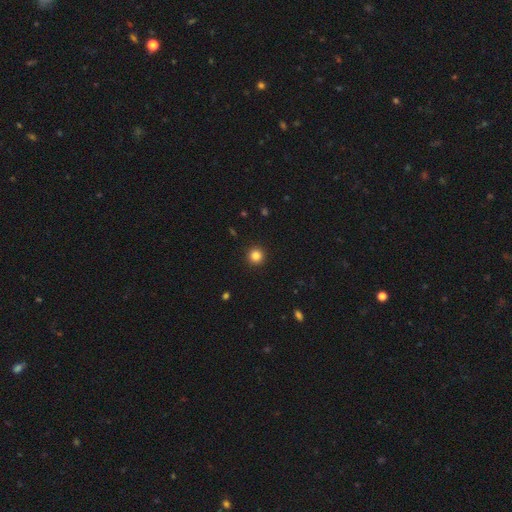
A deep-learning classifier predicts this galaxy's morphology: Smooth or featured?
  - smooth: 84% *
  - star or artifact: 12%
  - featured or disk: 4%
How rounded?
  - round: 96% *
  - in between: 3%
  - cigar-shaped: 1%
Merging?
  - none: 93% *
  - minor disturbance: 4%
  - major disturbance: 2%
  - merger: 1%